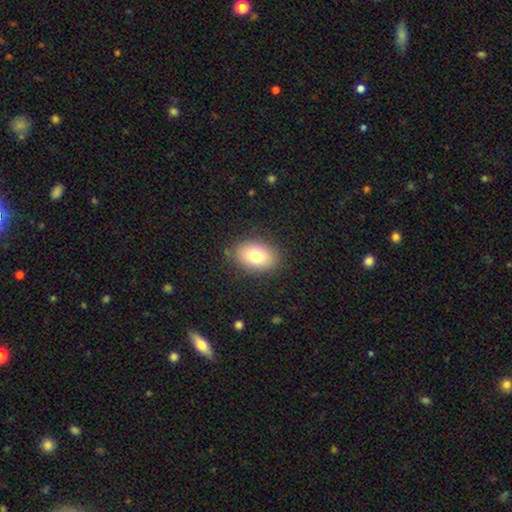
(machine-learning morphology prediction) smooth 77%, featured or disk 13%, star or artifact 10%. Down the decision tree: how rounded — in between (77%); merging — none (85%).